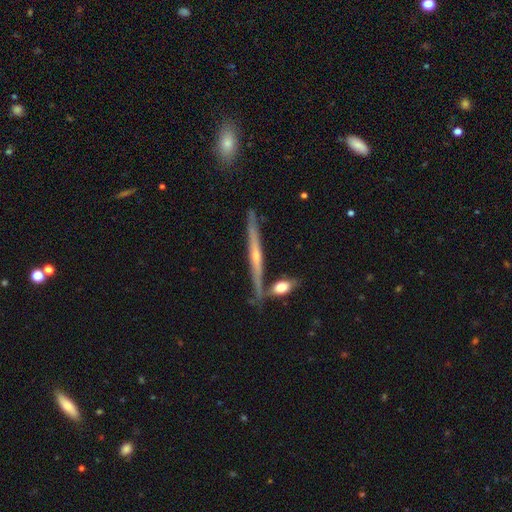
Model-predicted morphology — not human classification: Overall: featured or disk (72%). Edge-on disk: yes (96%). Edge-on bulge: rounded (60%; none 35%). Merging: none (80%).